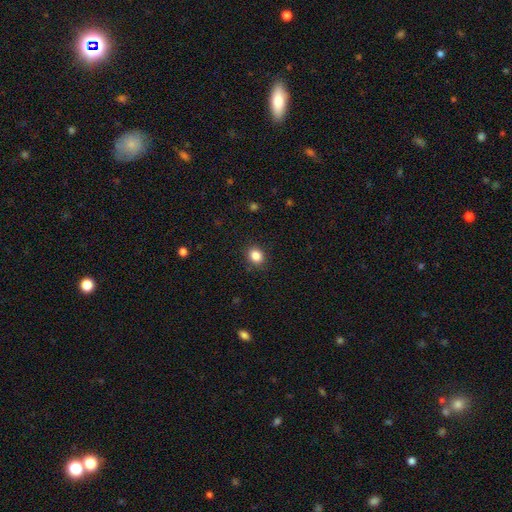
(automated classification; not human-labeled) smooth-or-featured: smooth: 85% | star or artifact: 10% | featured or disk: 4%
  how-rounded: round: 62% | in between: 38% | cigar-shaped: 1%
  merging: none: 89% | minor disturbance: 8% | major disturbance: 2% | merger: 1%